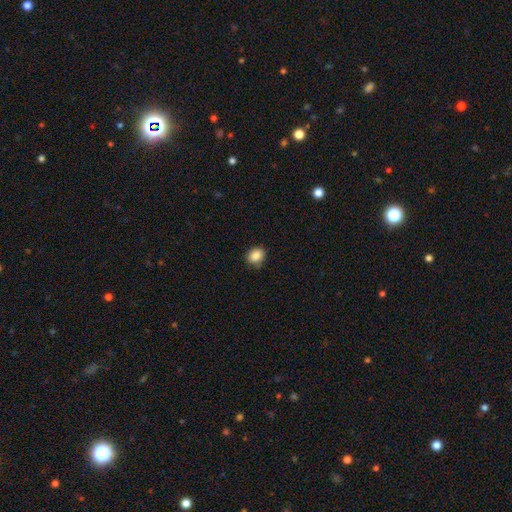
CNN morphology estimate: Smooth or featured?
  - smooth: 86% *
  - star or artifact: 9%
  - featured or disk: 5%
How rounded?
  - round: 51% *
  - in between: 48%
  - cigar-shaped: 1%
Merging?
  - none: 81% *
  - minor disturbance: 15%
  - major disturbance: 3%
  - merger: 1%